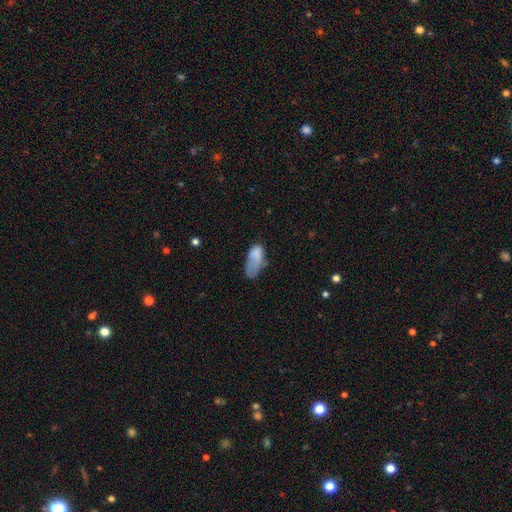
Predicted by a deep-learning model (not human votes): smooth-or-featured: smooth: 74% | featured or disk: 17% | star or artifact: 9%
  how-rounded: in between: 90% | cigar-shaped: 7% | round: 3%
  merging: minor disturbance: 35% | major disturbance: 33% | none: 26% | merger: 6%